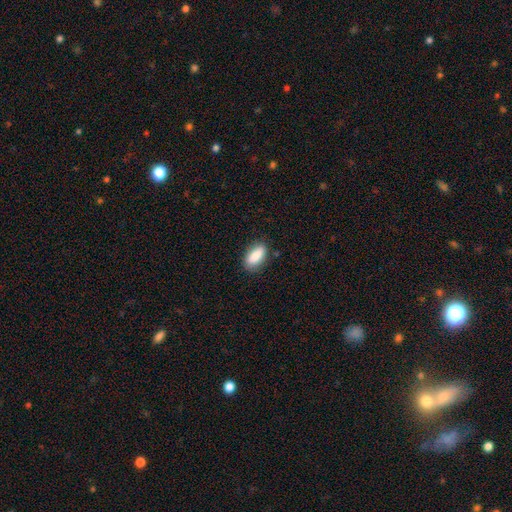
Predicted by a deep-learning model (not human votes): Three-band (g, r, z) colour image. It shows a smooth galaxy with no disk features (85%) that is in between round and cigar-shaped (85%). Merging: none (84%).